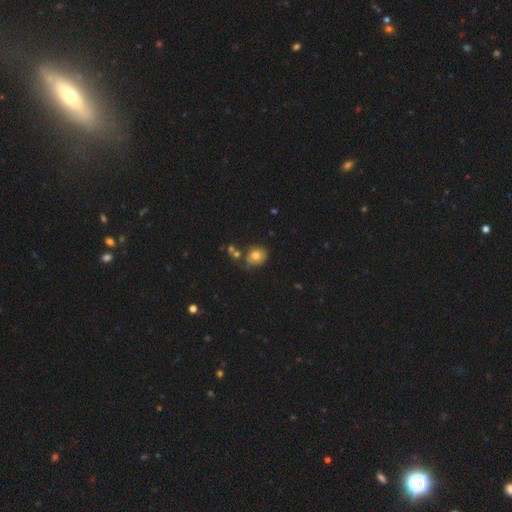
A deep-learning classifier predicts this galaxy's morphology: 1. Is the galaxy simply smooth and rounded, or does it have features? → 72% smooth, 18% featured or disk, 10% star or artifact.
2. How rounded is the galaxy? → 66% round, 33% in between, 1% cigar-shaped.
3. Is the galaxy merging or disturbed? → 64% none, 19% minor disturbance, 12% merger, 6% major disturbance.